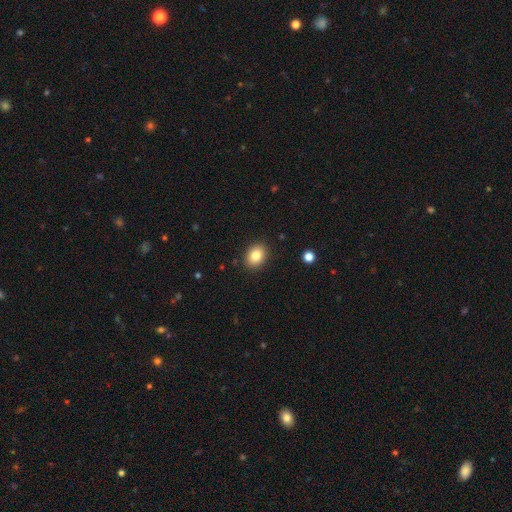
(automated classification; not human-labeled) Overall: smooth (84%). How rounded: in between (58%; round 42%). Merging: none (89%).